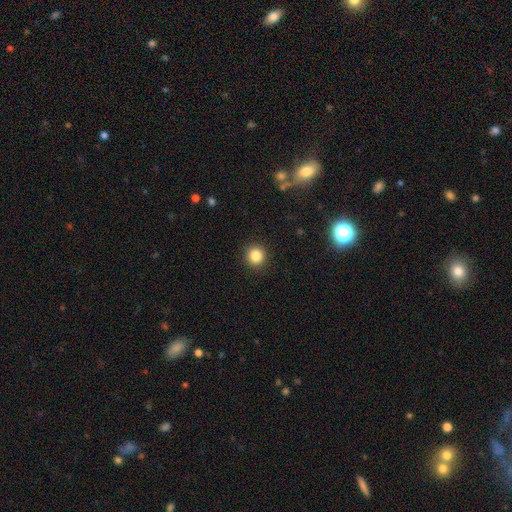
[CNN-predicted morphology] type=smooth (84%); roundness=round (92%); merging=none (92%).